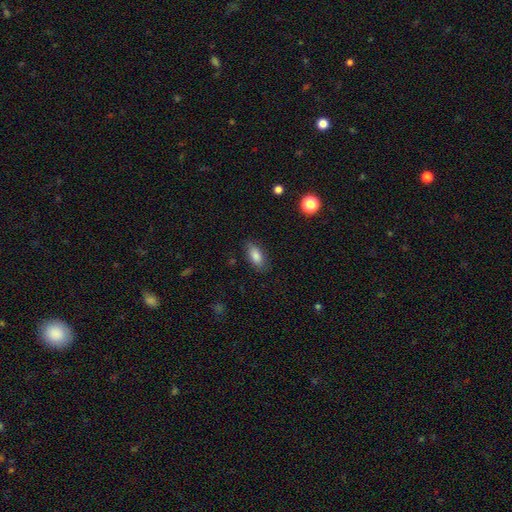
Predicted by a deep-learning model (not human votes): Overall: smooth (83%). How rounded: in between (86%). Merging: none (82%).